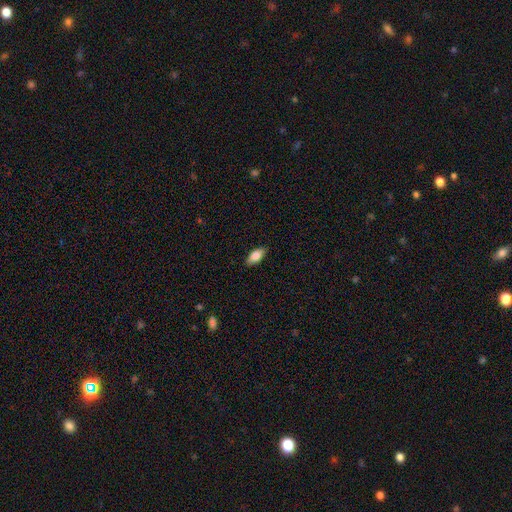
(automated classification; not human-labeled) A smooth galaxy with no disk features (80%) that is in between round and cigar-shaped (84%). Merging: none (88%).